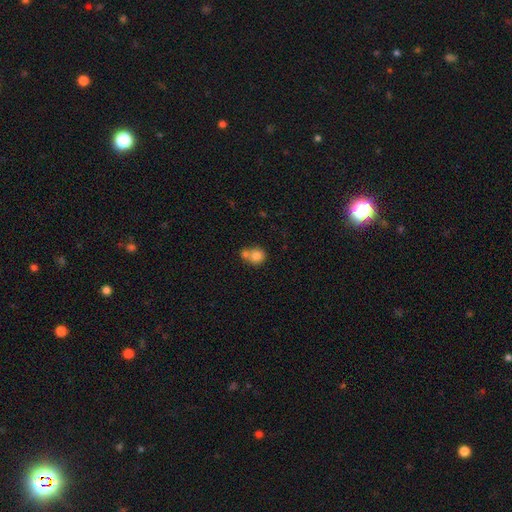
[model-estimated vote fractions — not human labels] Smooth or featured? smooth (80%)
How rounded? round (85%)
Merging? merger (49%)